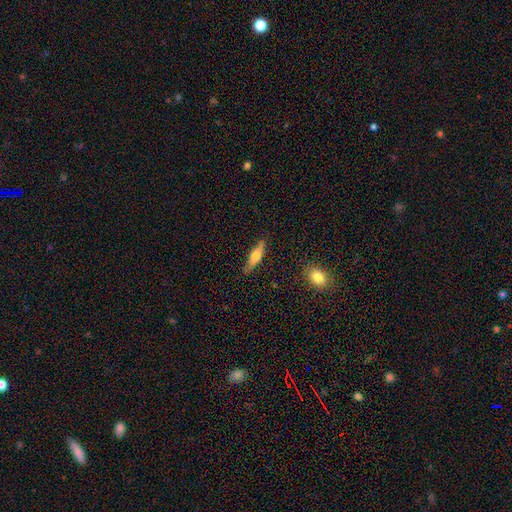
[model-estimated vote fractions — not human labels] Smooth or featured: smooth — 57% (featured or disk — 37%)
How rounded: cigar-shaped — 73% (in between — 25%)
Merging: none — 86% (minor disturbance — 11%)